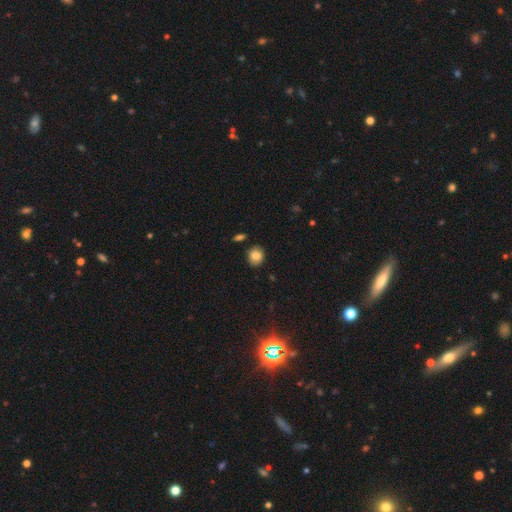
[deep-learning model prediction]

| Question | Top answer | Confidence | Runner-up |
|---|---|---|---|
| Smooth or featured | smooth | 81% | featured or disk (10%) |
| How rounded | round | 65% | in between (34%) |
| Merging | none | 85% | minor disturbance (11%) |